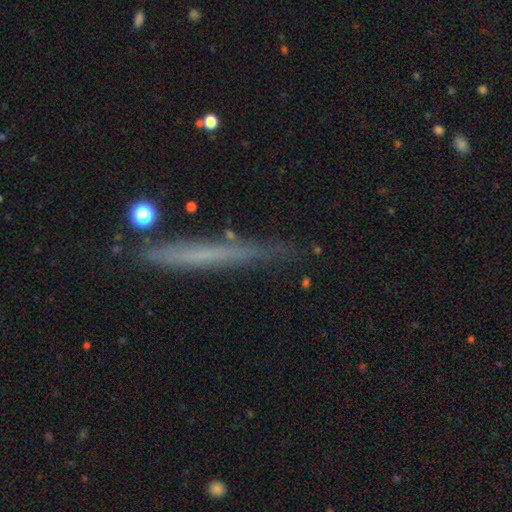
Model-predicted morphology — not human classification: Q: Smooth or featured?
A: featured or disk (47%); runner-up: smooth (45%)
Q: Merging?
A: none (80%); runner-up: minor disturbance (15%)